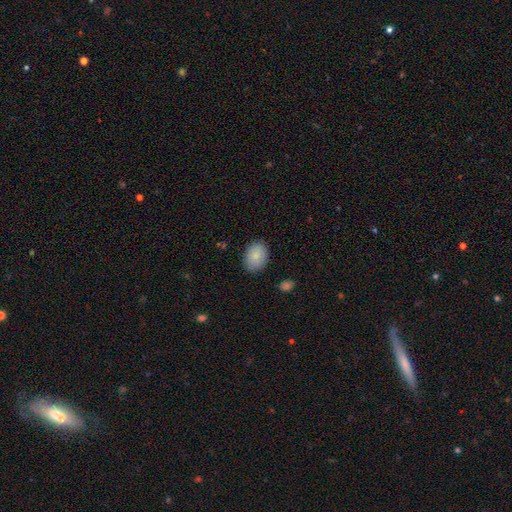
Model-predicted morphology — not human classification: Smooth or featured?
  - smooth: 87% *
  - star or artifact: 7%
  - featured or disk: 6%
How rounded?
  - in between: 75% *
  - round: 24%
  - cigar-shaped: 1%
Merging?
  - none: 86% *
  - minor disturbance: 11%
  - major disturbance: 3%
  - merger: 1%